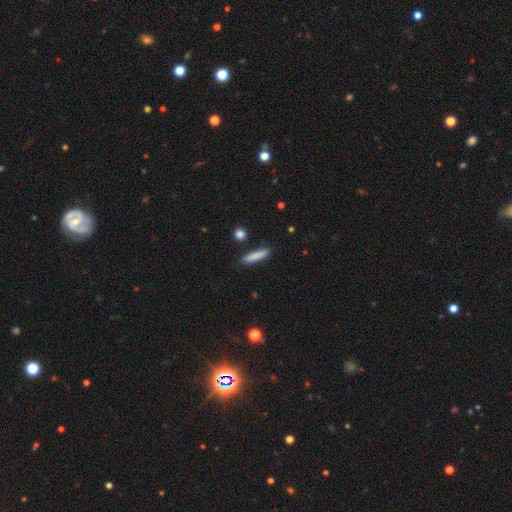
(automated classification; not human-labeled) smooth-or-featured: smooth: 83% | featured or disk: 11% | star or artifact: 6%
  how-rounded: cigar-shaped: 89% | in between: 10% | round: 2%
  merging: none: 88% | minor disturbance: 8% | merger: 2% | major disturbance: 2%